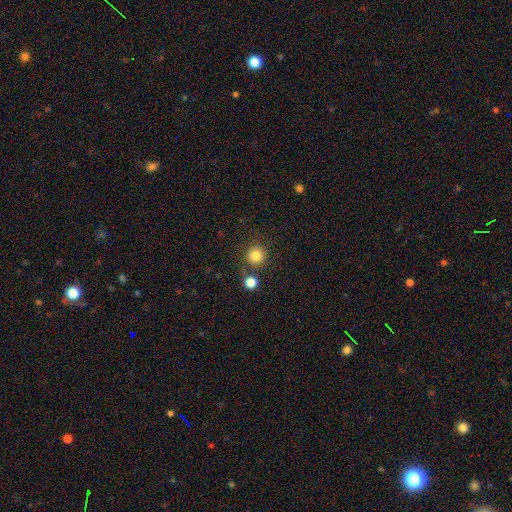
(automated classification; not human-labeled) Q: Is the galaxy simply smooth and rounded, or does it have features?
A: smooth — 83%.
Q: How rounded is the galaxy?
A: round — 95%.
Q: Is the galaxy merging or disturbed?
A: none — 79%.